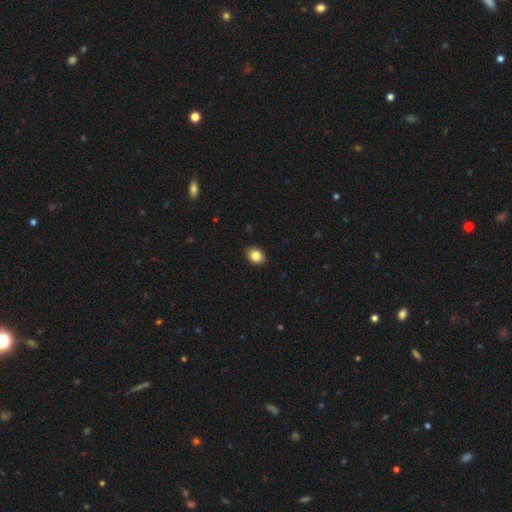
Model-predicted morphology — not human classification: Smooth or featured?
  - smooth: 84% *
  - star or artifact: 9%
  - featured or disk: 7%
How rounded?
  - in between: 66% *
  - round: 33%
  - cigar-shaped: 1%
Merging?
  - none: 90% *
  - minor disturbance: 8%
  - major disturbance: 2%
  - merger: 1%